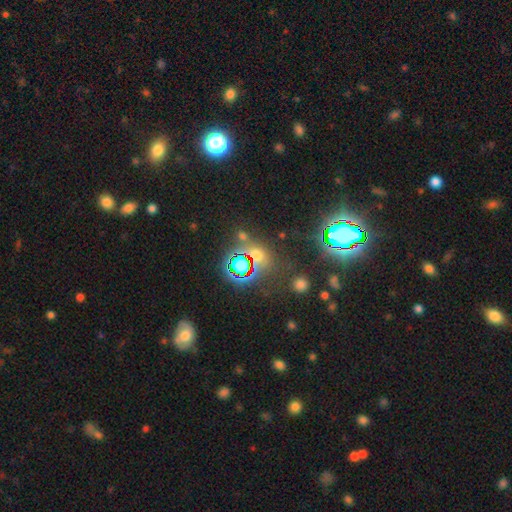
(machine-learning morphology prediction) Smooth or featured: star or artifact — 58% (smooth — 33%)